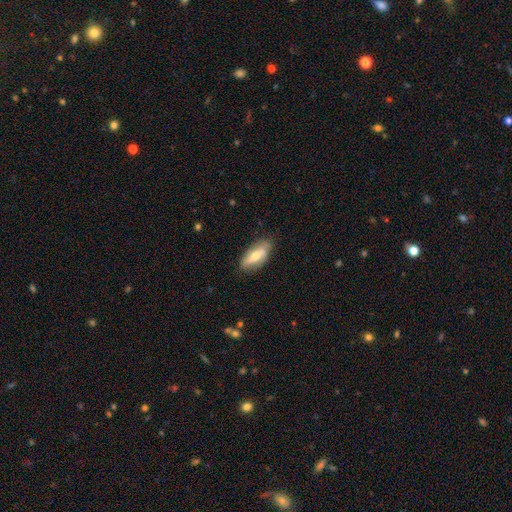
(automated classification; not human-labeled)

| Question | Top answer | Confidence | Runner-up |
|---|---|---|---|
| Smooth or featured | smooth | 52% | featured or disk (42%) |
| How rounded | in between | 78% | cigar-shaped (19%) |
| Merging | none | 77% | minor disturbance (18%) |